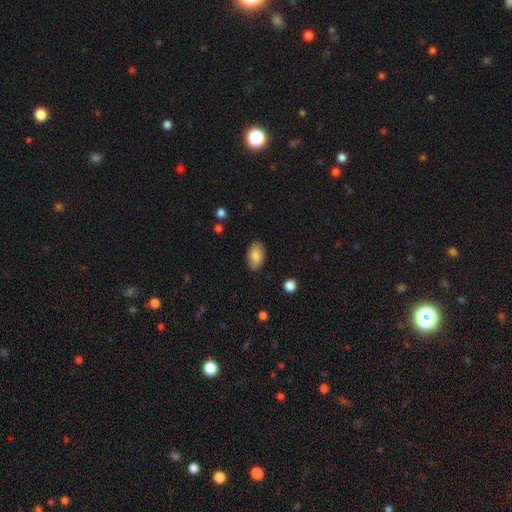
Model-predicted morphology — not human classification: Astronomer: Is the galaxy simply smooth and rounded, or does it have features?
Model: smooth — 86%.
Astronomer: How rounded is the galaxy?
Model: in between — 94%.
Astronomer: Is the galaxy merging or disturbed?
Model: none — 87%.